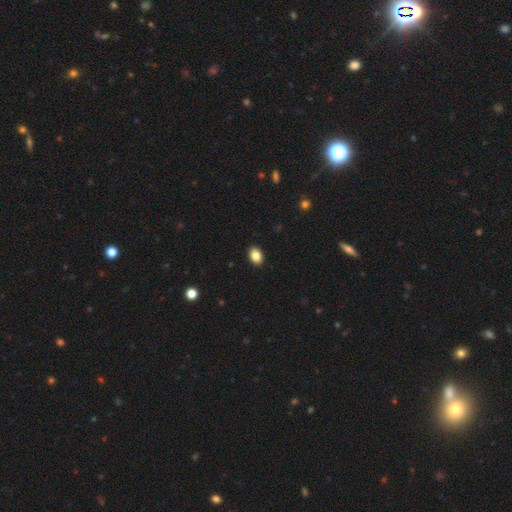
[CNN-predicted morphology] Smooth or featured? Predicted: smooth (p=0.86). How rounded? Predicted: in between (p=0.78). Merging? Predicted: none (p=0.91).